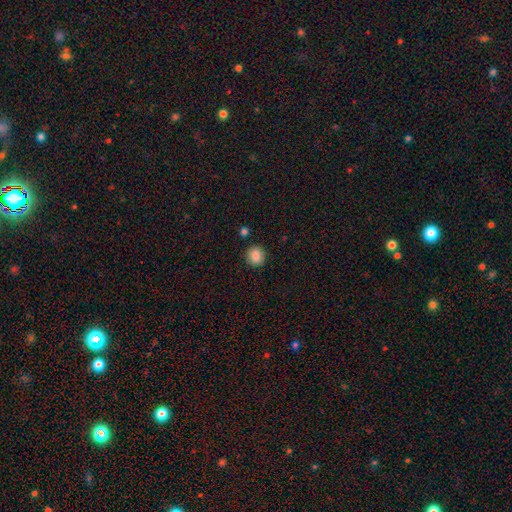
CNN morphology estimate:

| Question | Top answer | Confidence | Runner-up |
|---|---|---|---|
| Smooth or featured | smooth | 87% | star or artifact (9%) |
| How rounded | round | 82% | in between (17%) |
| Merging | none | 88% | minor disturbance (7%) |